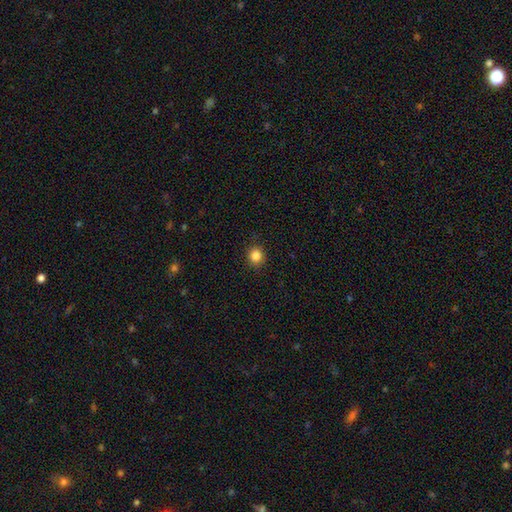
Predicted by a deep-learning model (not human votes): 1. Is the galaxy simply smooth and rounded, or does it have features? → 85% smooth, 11% star or artifact, 4% featured or disk.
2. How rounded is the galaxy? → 87% round, 12% in between, 1% cigar-shaped.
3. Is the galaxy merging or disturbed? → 90% none, 7% minor disturbance, 2% major disturbance, 1% merger.